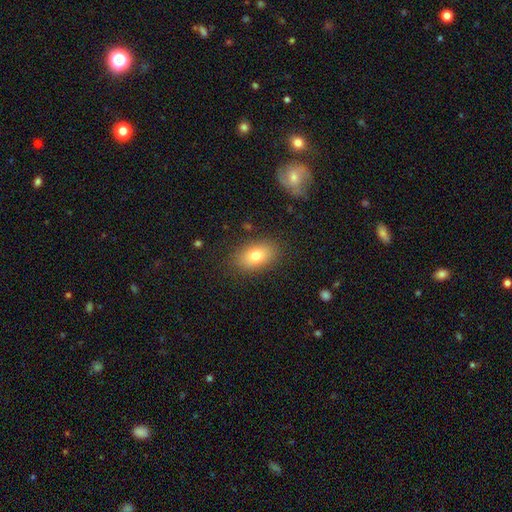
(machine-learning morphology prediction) type=smooth (77%); roundness=in between (87%); merging=none (85%).